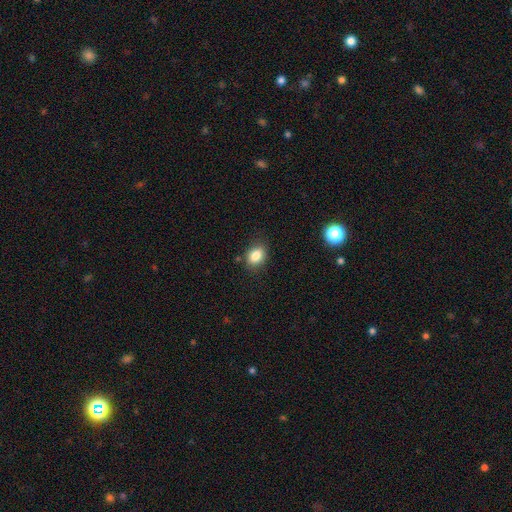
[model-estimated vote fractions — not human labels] Morphology: type=smooth (83%); roundness=in between (69%); merging=none (80%).